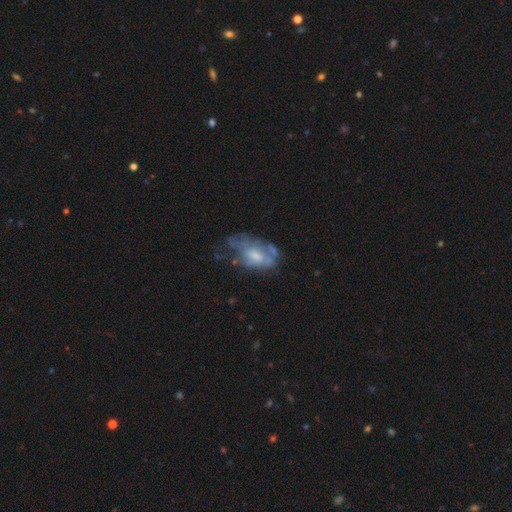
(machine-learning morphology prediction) This appears to be a featured or disk galaxy (58%) with no bar (71%), no spiral arms (66%) and a moderate central bulge (46%). Merging: none (34%).